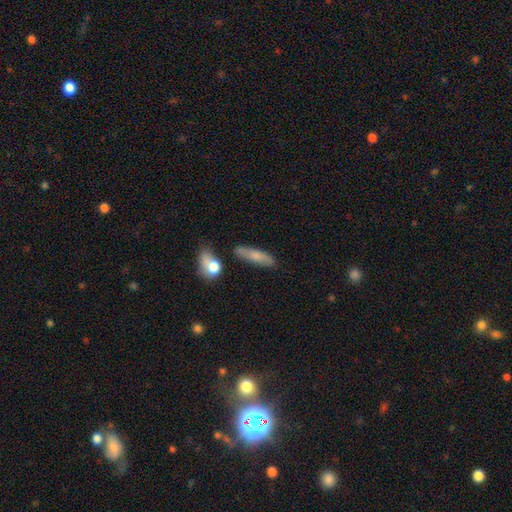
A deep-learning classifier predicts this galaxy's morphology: Smooth or featured? smooth (70%)
How rounded? cigar-shaped (65%)
Merging? none (73%)